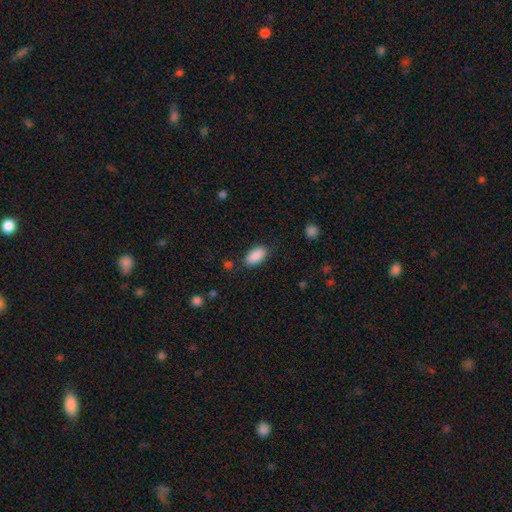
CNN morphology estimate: A smooth galaxy with no disk features (90%) that is in between round and cigar-shaped (94%). Merging: none (84%).